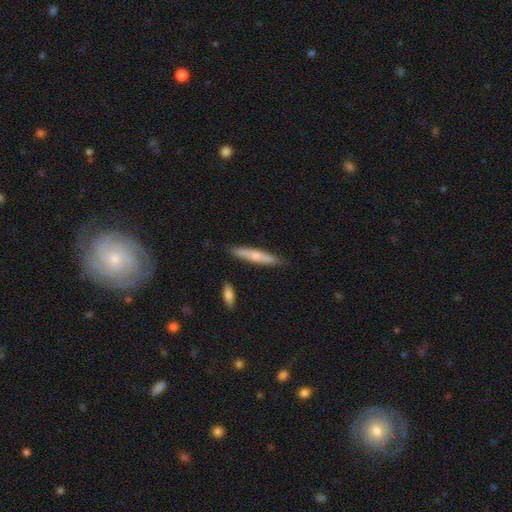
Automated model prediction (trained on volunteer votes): The model was most divided on "smooth or featured": smooth: 59%, featured or disk: 36%, star or artifact: 6%. More confident: how rounded — cigar-shaped (92%); merging — none (85%).